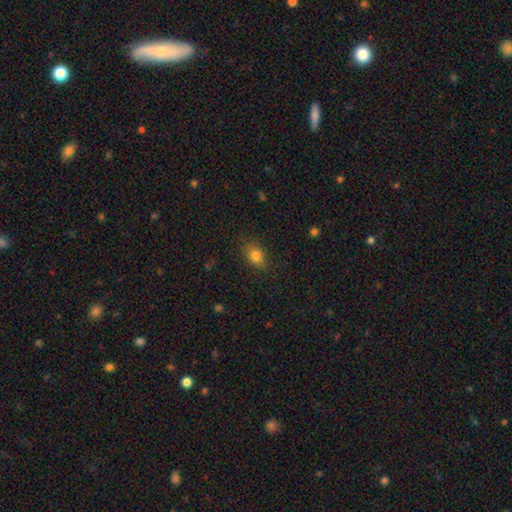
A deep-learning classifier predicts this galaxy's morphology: Smooth or featured? Predicted: smooth (p=0.81). How rounded? Predicted: in between (p=0.70). Merging? Predicted: none (p=0.77).